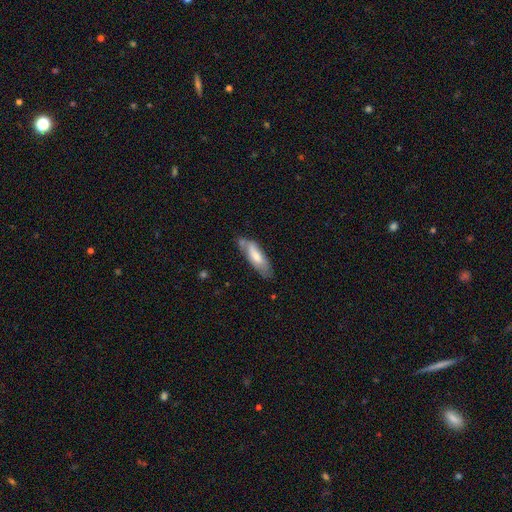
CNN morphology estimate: A smooth galaxy with no disk features (66%) that is in between round and cigar-shaped (52%). Merging: none (55%).